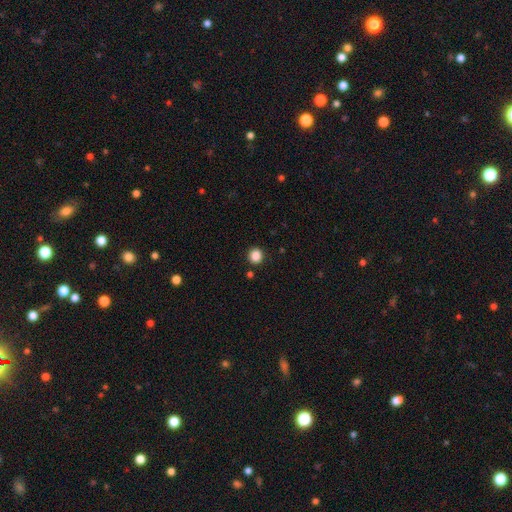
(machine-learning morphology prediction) Q: Smooth or featured?
A: smooth (86%); runner-up: star or artifact (11%)
Q: How rounded?
A: round (88%); runner-up: in between (11%)
Q: Merging?
A: none (90%); runner-up: minor disturbance (6%)